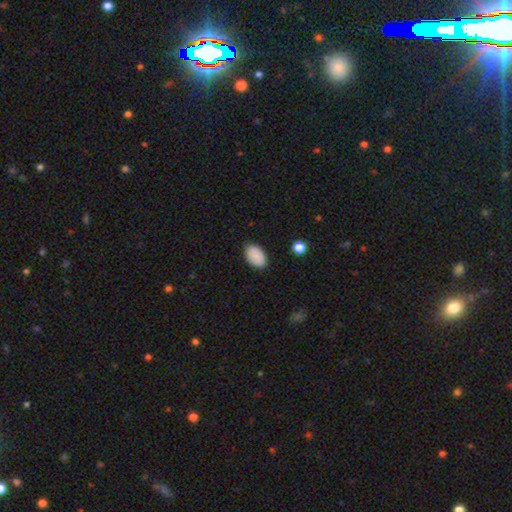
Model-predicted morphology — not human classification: Smooth or featured: smooth — 90% (star or artifact — 7%)
How rounded: in between — 92% (round — 7%)
Merging: none — 88% (minor disturbance — 9%)